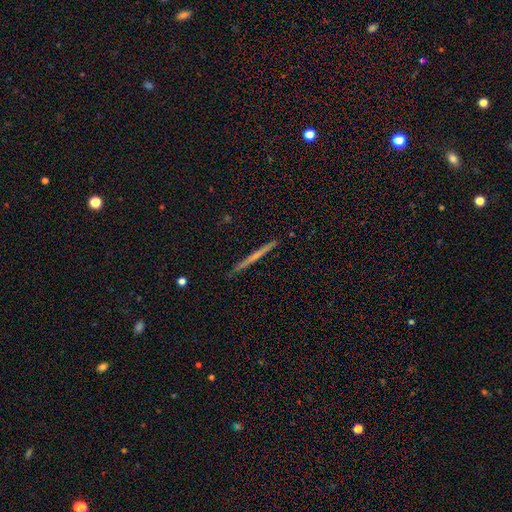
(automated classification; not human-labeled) smooth-or-featured: featured or disk: 50% | smooth: 43% | star or artifact: 6%
  disk-edge-on: yes: 98% | no: 2%
  merging: none: 91% | minor disturbance: 6% | major disturbance: 1% | merger: 1%